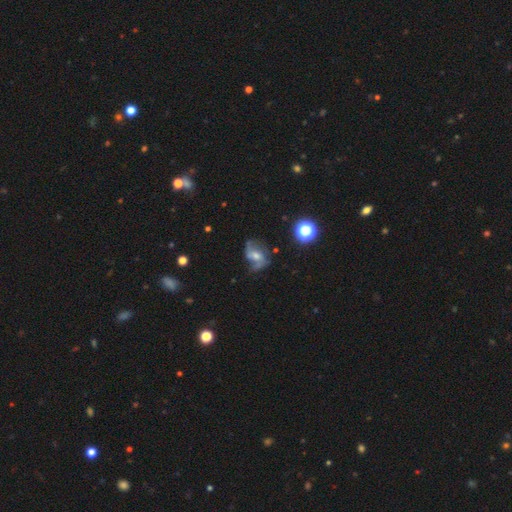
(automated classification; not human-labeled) Smooth or featured? Predicted: featured or disk (p=0.64). Edge-on disk? Predicted: no (p=0.96). Bar? Predicted: no (p=0.51). Spiral arms? Predicted: yes (p=0.80). Bulge size? Predicted: moderate (p=0.52). Merging? Predicted: none (p=0.47).